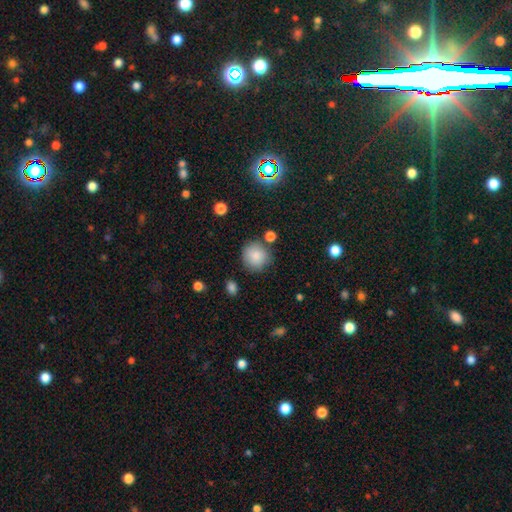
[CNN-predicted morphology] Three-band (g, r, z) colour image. It shows a smooth galaxy with no disk features (85%) that is round (91%). Merging: none (81%).